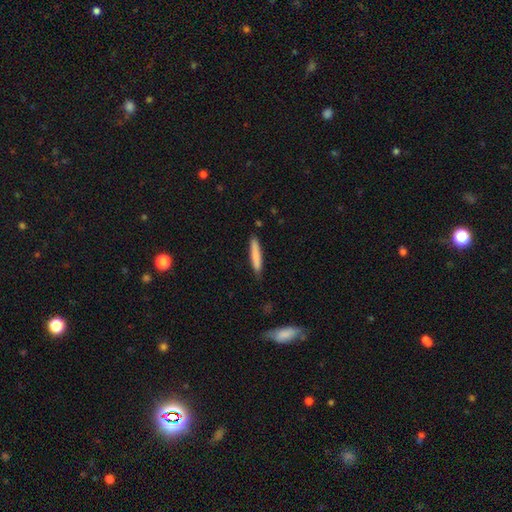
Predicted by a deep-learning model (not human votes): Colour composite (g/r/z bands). It shows a smooth galaxy with no disk features (81%) that is cigar-shaped (92%). Merging: none (85%).